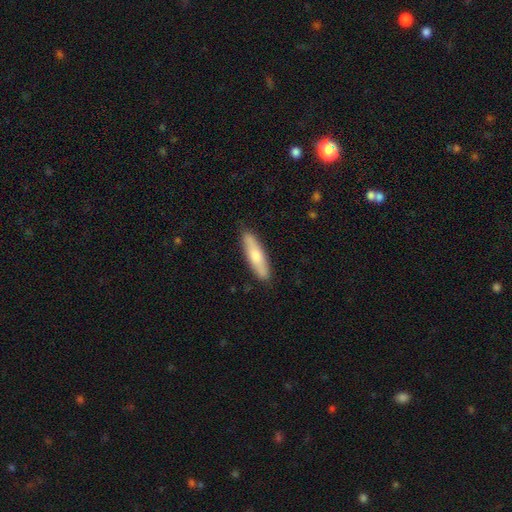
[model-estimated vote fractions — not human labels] smooth_or_featured: smooth (p=0.67) [alt: featured or disk p=0.28]
how_rounded: cigar-shaped (p=0.70) [alt: in between p=0.28]
merging: none (p=0.86) [alt: minor disturbance p=0.10]